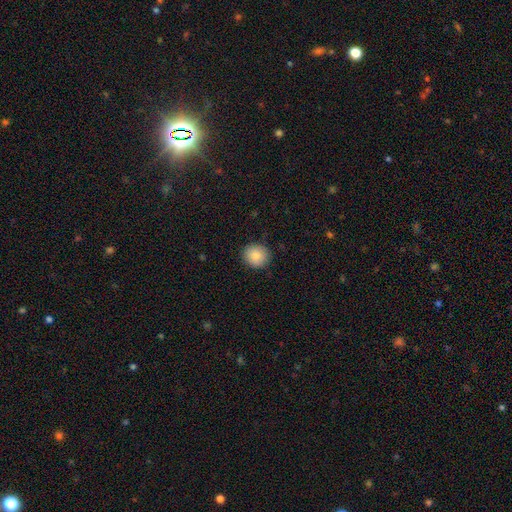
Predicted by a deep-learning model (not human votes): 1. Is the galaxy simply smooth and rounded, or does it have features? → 85% smooth, 8% star or artifact, 7% featured or disk.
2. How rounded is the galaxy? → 86% round, 13% in between, 1% cigar-shaped.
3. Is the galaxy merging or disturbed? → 89% none, 8% minor disturbance, 2% major disturbance, 1% merger.